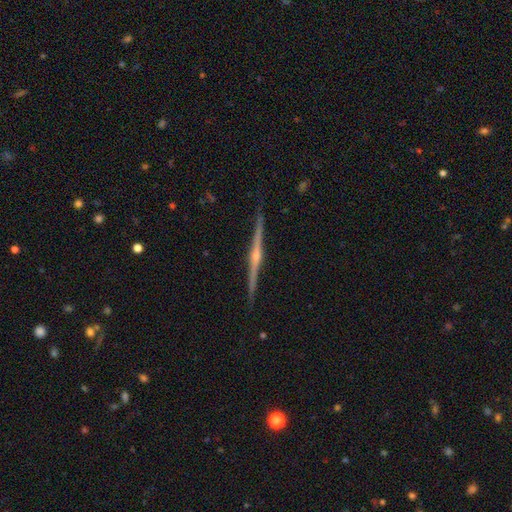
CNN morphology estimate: Smooth or featured: featured or disk — 87% (smooth — 8%)
Edge-on disk: yes — 99% (no — 1%)
Edge-on bulge: rounded — 86% (none — 8%)
Merging: none — 91% (minor disturbance — 6%)